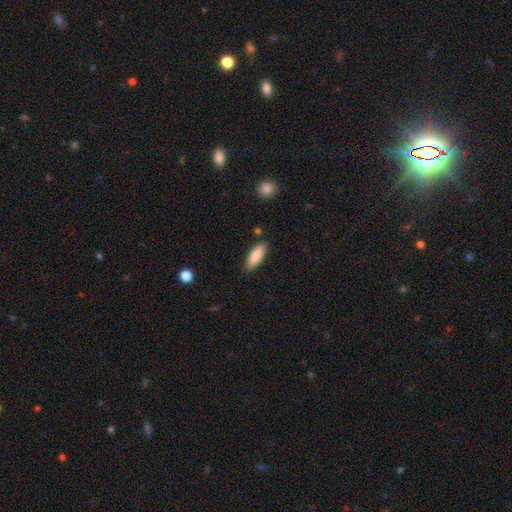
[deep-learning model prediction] A smooth galaxy with no disk features (85%) that is in between round and cigar-shaped (67%). Merging: none (86%).